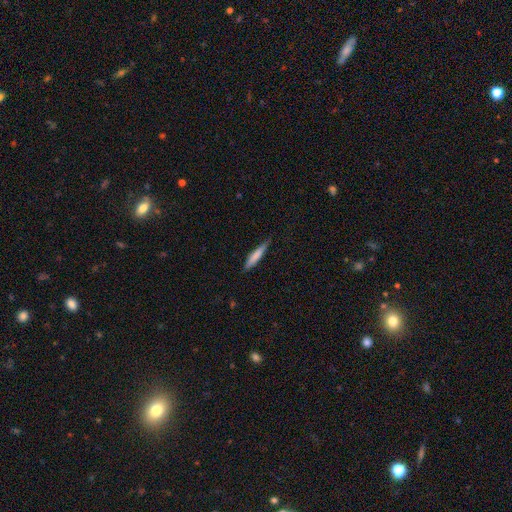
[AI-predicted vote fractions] This appears to be a smooth galaxy with no disk features (73%) that is cigar-shaped (91%). Merging: none (78%).